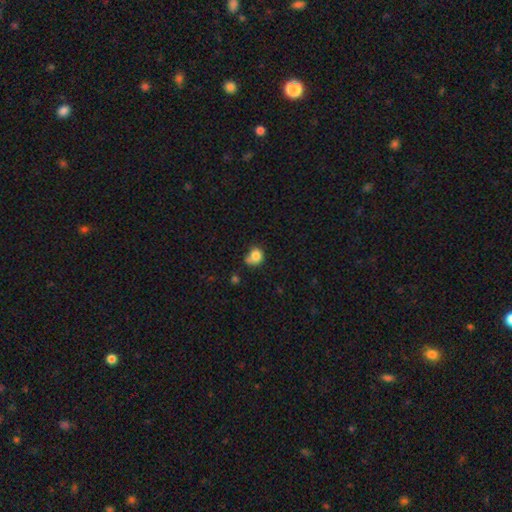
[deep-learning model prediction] smooth-or-featured: smooth: 82% | star or artifact: 10% | featured or disk: 8%
  how-rounded: round: 74% | in between: 25% | cigar-shaped: 1%
  merging: none: 45% | minor disturbance: 31% | merger: 13% | major disturbance: 11%